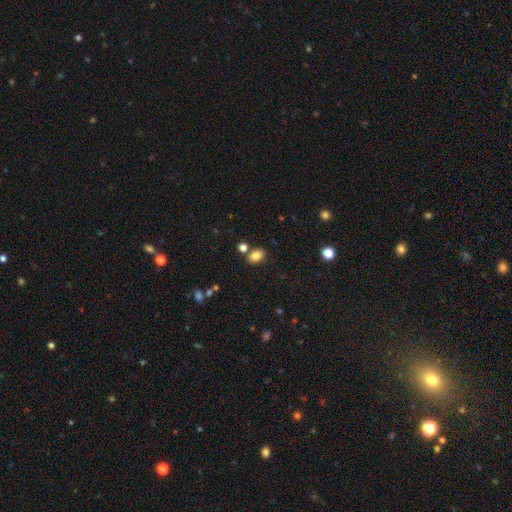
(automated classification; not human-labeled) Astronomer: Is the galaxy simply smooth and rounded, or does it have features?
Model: smooth — 83%.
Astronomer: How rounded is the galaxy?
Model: in between — 76%.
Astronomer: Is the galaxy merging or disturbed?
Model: none — 76%.